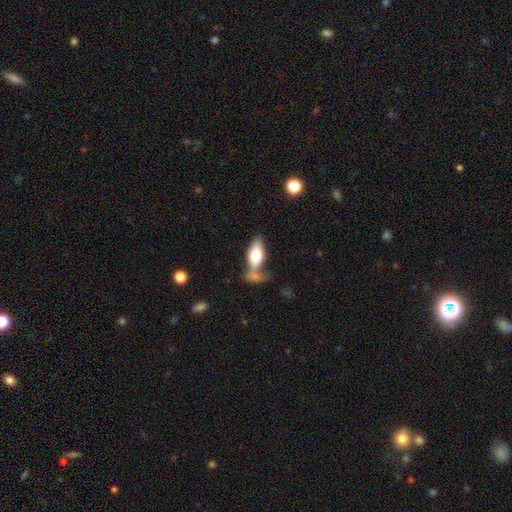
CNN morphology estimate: Smooth or featured? Predicted: smooth (p=0.70). How rounded? Predicted: in between (p=0.87). Merging? Predicted: merger (p=0.36).